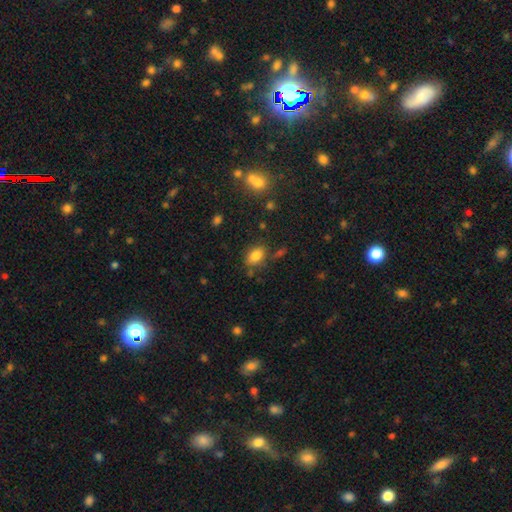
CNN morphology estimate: smooth 82%, star or artifact 11%, featured or disk 7%. Down the decision tree: how rounded — in between (84%); merging — none (73%).